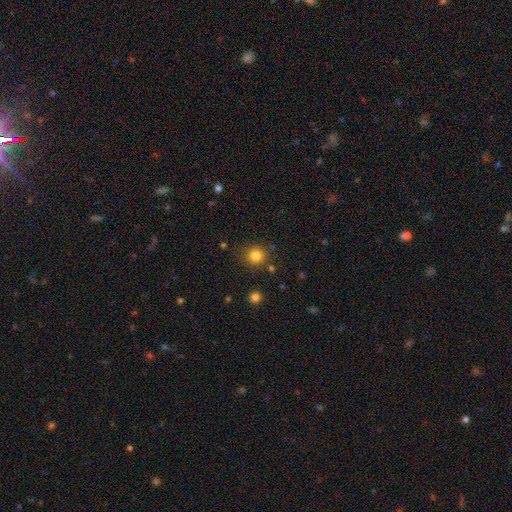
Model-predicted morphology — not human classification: The model was most divided on "smooth or featured": smooth: 82%, star or artifact: 13%, featured or disk: 5%. More confident: how rounded — round (92%); merging — none (85%).